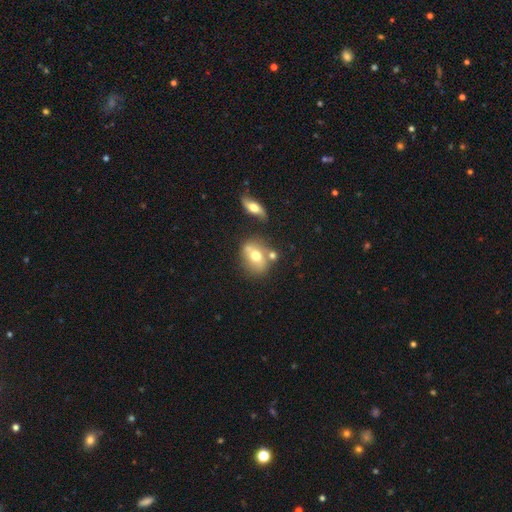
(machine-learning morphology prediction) Smooth or featured? smooth (60%)
How rounded? in between (54%)
Merging? none (56%)